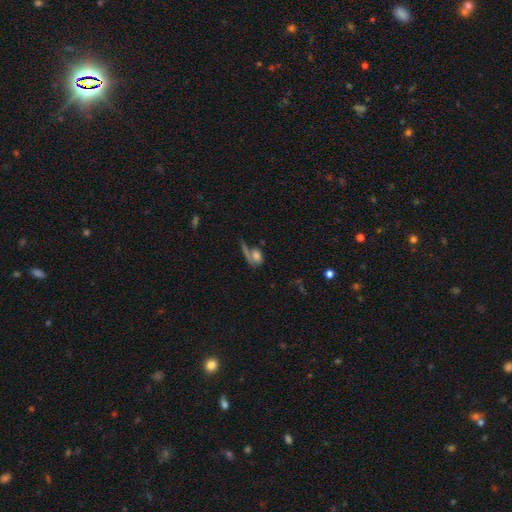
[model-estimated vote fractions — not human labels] Overall: smooth (61%; featured or disk 27%). How rounded: in between (63%; round 31%). Merging: none (33%; major disturbance 28%).